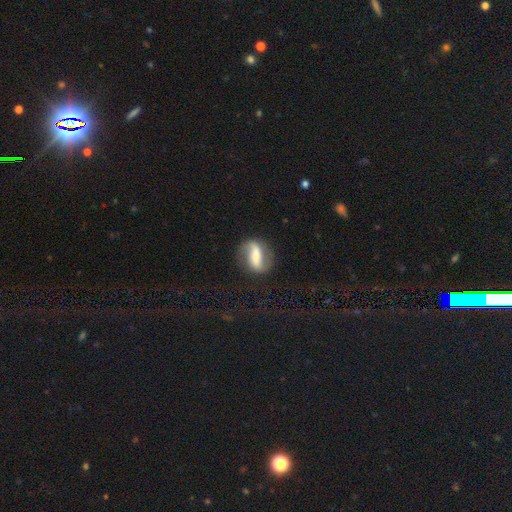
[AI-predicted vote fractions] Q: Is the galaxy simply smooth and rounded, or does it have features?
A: featured or disk — 71%.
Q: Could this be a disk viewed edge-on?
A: no — 93%.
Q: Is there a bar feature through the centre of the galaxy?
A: strong — 67%.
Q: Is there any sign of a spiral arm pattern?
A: yes — 85%.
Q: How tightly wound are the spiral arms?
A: loose — 48%.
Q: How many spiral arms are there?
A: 2 — 90%.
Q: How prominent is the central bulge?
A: moderate — 31%.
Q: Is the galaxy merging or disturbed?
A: none — 78%.